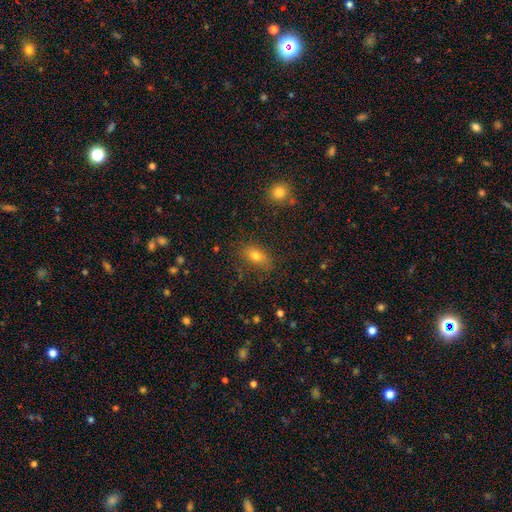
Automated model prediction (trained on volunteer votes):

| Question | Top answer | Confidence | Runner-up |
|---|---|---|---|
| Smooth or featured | smooth | 76% | featured or disk (13%) |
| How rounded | in between | 82% | round (12%) |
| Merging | none | 79% | minor disturbance (14%) |